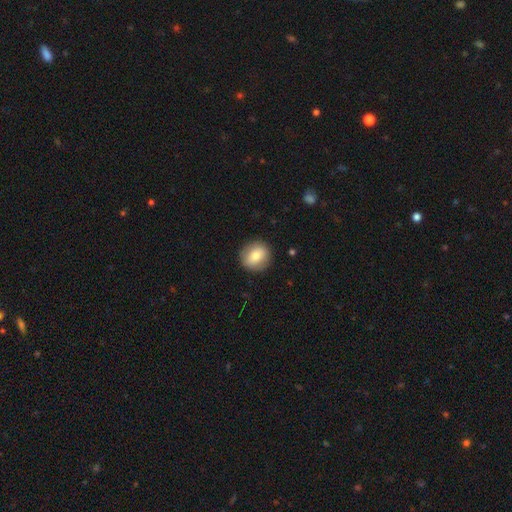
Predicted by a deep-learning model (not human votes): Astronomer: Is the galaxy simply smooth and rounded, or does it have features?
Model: smooth — 76%.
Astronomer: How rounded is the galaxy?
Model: round — 82%.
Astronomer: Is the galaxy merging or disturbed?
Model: none — 88%.